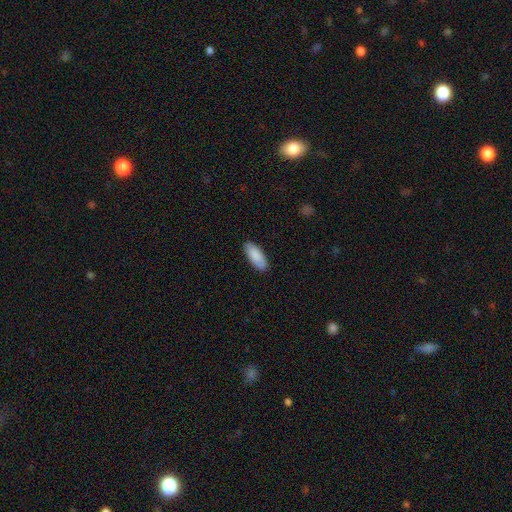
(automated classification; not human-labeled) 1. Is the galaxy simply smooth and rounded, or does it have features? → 89% smooth, 6% featured or disk, 5% star or artifact.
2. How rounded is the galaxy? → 82% in between, 17% cigar-shaped, 1% round.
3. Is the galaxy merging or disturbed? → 87% none, 10% minor disturbance, 2% major disturbance, 1% merger.